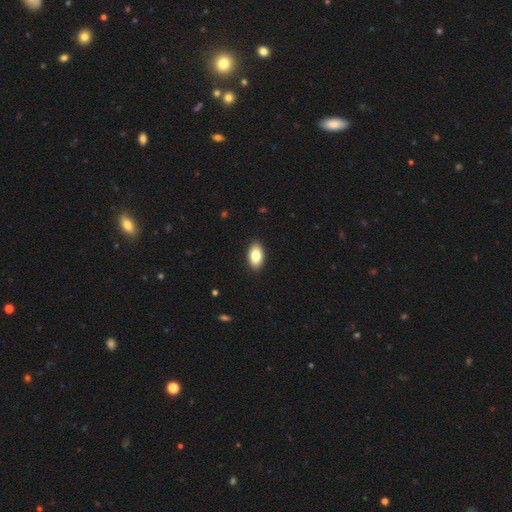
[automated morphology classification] smooth-or-featured: smooth: 85% | featured or disk: 8% | star or artifact: 7%
  how-rounded: in between: 94% | round: 4% | cigar-shaped: 2%
  merging: none: 90% | minor disturbance: 7% | major disturbance: 2% | merger: 1%